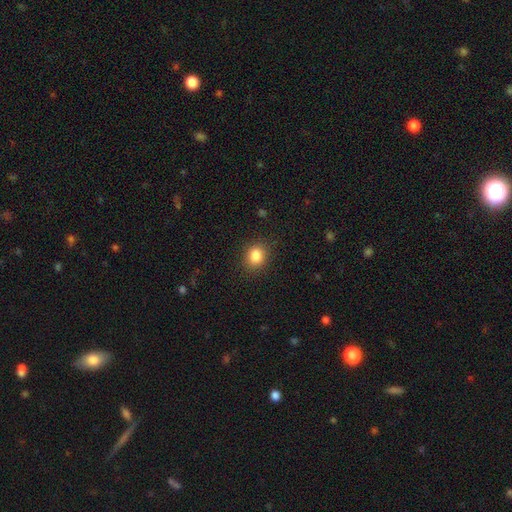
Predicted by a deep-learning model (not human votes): smooth 85%, star or artifact 10%, featured or disk 5%. Down the decision tree: how rounded — round (62%); merging — none (86%).